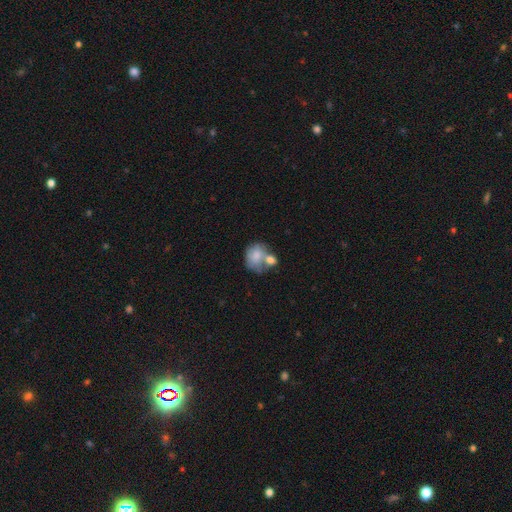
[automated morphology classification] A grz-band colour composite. It shows a smooth galaxy with no disk features (70%) that is in between round and cigar-shaped (51%). Merging: merger (51%).